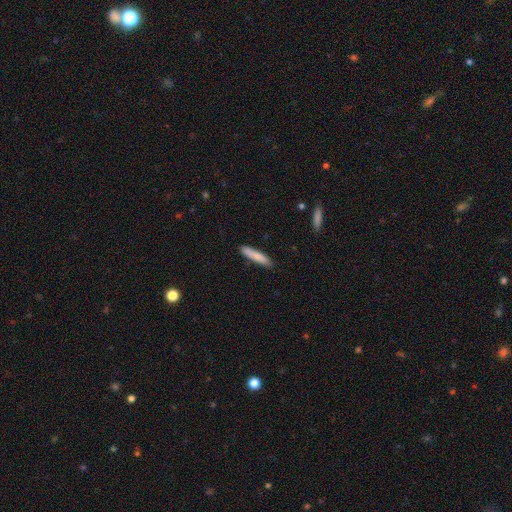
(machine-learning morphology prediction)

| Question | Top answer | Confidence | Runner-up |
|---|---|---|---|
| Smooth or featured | smooth | 82% | featured or disk (13%) |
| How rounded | cigar-shaped | 89% | in between (10%) |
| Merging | none | 87% | minor disturbance (10%) |